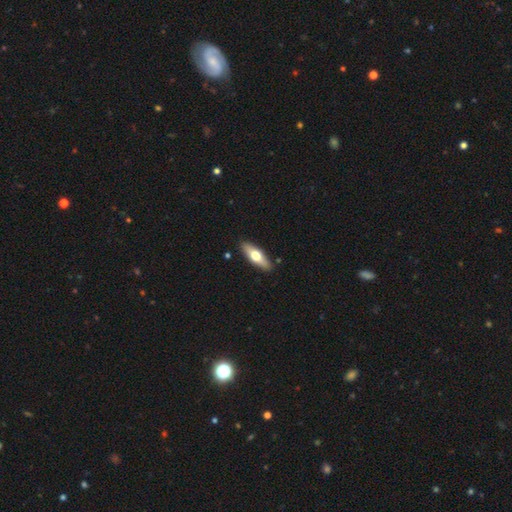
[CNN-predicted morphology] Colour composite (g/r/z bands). It shows a smooth galaxy with no disk features (56%) that is in between round and cigar-shaped (58%). Merging: none (89%).